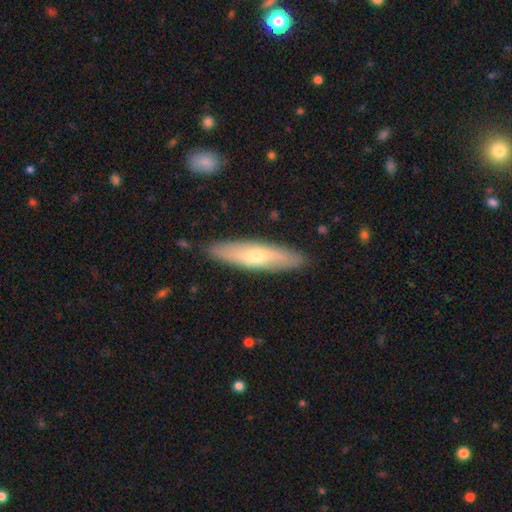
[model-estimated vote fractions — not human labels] smooth_or_featured: smooth (p=0.49) [alt: featured or disk p=0.46]
merging: none (p=0.88) [alt: minor disturbance p=0.09]